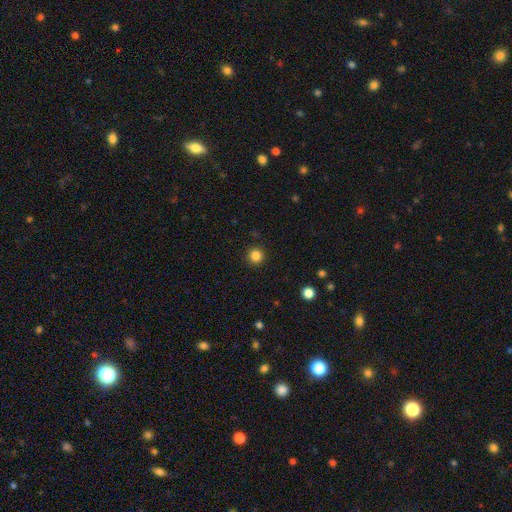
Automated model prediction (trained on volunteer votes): smooth 84%, star or artifact 12%, featured or disk 4%. Down the decision tree: how rounded — round (95%); merging — none (92%).